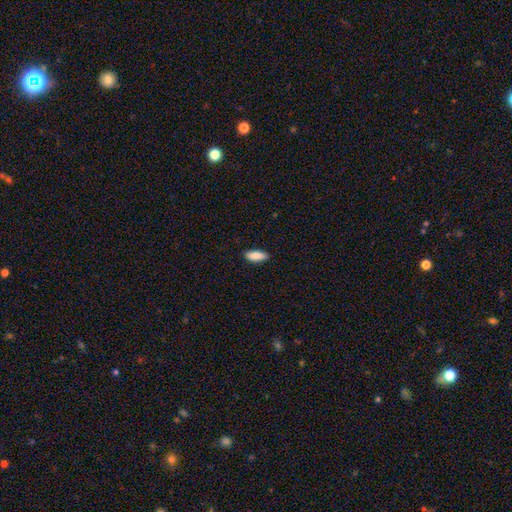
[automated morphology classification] Smooth or featured: smooth — 89% (star or artifact — 6%)
How rounded: in between — 79% (cigar-shaped — 19%)
Merging: none — 88% (minor disturbance — 10%)